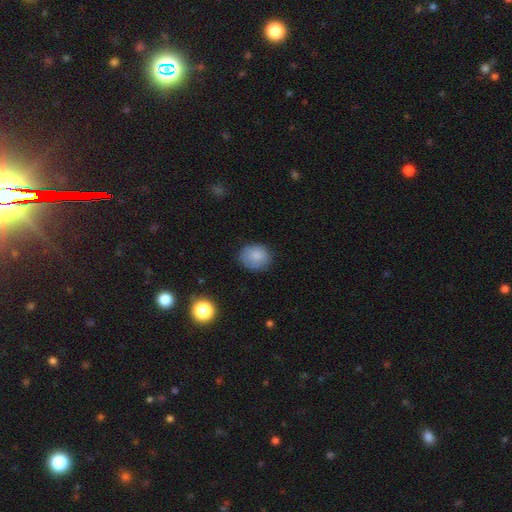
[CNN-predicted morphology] Overall: smooth (84%). How rounded: round (67%; in between 32%). Merging: none (80%).